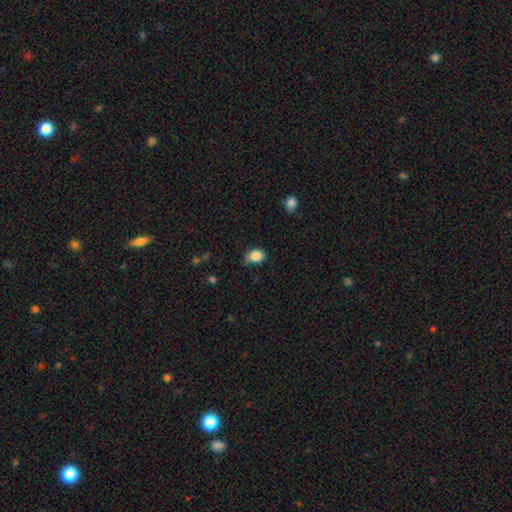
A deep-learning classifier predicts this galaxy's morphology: Overall: smooth (85%). How rounded: in between (57%; round 42%). Merging: none (56%; minor disturbance 35%).